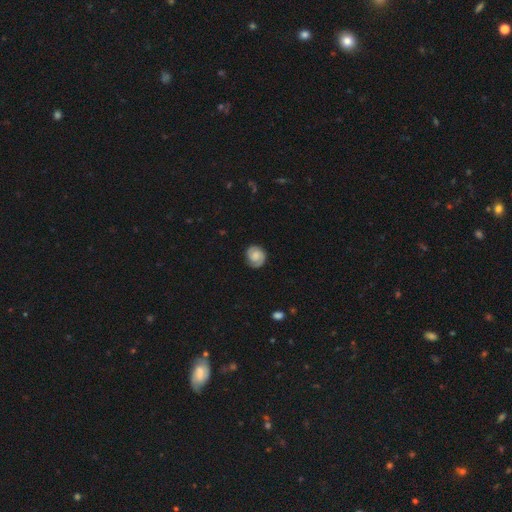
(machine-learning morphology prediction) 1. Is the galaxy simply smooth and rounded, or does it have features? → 67% featured or disk, 27% smooth, 7% star or artifact.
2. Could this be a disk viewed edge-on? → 98% no, 2% yes.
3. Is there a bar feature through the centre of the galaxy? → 60% no, 34% weak, 6% strong.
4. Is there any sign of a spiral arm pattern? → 95% yes, 5% no.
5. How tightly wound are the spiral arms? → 59% tight, 33% medium, 8% loose.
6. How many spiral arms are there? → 78% 2, 10% 1, 8% can't tell, 3% 3, 1% 4, 1% more than 4.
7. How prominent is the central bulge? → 31% small, 29% moderate, 27% none, 10% large, 2% dominant.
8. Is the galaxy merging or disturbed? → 82% none, 13% minor disturbance, 4% major disturbance, 1% merger.